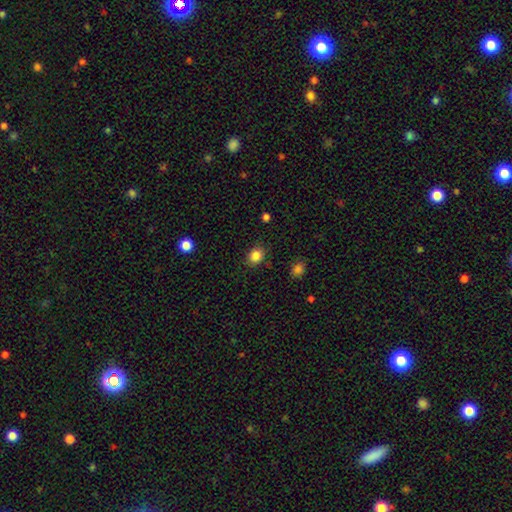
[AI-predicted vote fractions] This appears to be a smooth galaxy with no disk features (85%) that is round (64%). Merging: none (85%).